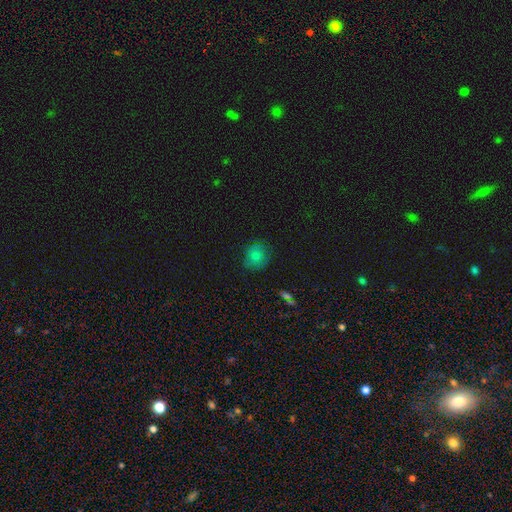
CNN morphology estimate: Smooth or featured?
  - smooth: 73% *
  - star or artifact: 15%
  - featured or disk: 12%
How rounded?
  - round: 83% *
  - in between: 16%
  - cigar-shaped: 1%
Merging?
  - none: 81% *
  - minor disturbance: 15%
  - major disturbance: 3%
  - merger: 1%